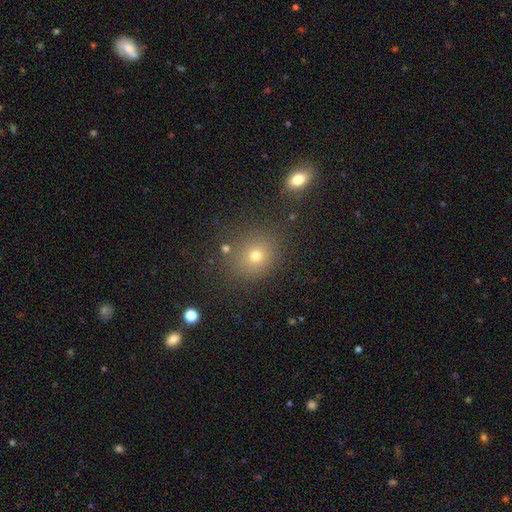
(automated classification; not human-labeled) This appears to be a smooth galaxy with no disk features (71%) that is round (75%). Merging: none (79%).